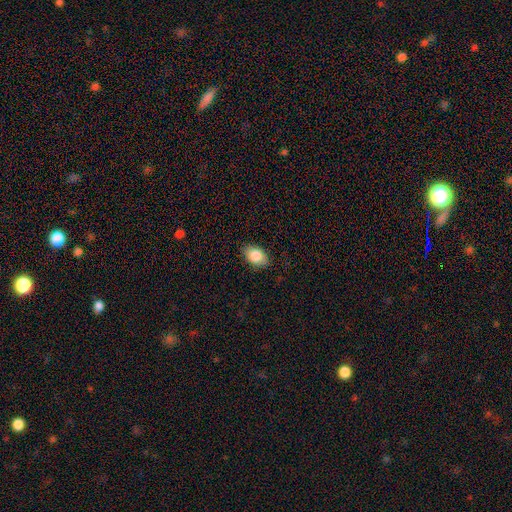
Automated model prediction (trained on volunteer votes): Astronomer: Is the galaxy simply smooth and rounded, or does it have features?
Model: smooth — 86%.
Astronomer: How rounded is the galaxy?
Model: in between — 87%.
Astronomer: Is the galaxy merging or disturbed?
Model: none — 85%.